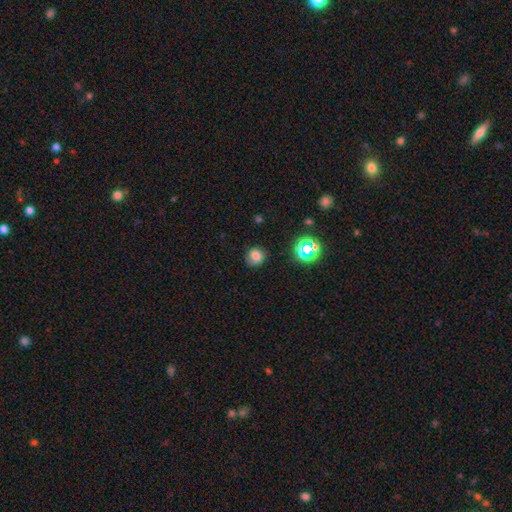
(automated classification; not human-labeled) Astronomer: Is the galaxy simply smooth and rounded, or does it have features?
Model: smooth — 72%.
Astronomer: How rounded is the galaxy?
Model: round — 81%.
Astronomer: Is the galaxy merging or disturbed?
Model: none — 75%.